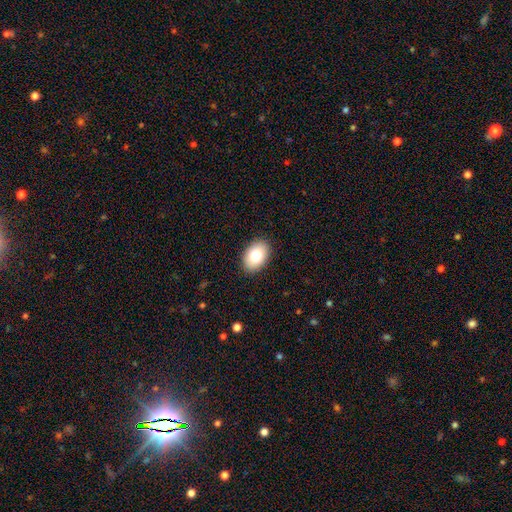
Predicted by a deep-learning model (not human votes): Smooth or featured?
  - smooth: 81% *
  - featured or disk: 11%
  - star or artifact: 7%
How rounded?
  - in between: 88% *
  - round: 11%
  - cigar-shaped: 1%
Merging?
  - none: 90% *
  - minor disturbance: 8%
  - major disturbance: 2%
  - merger: 1%